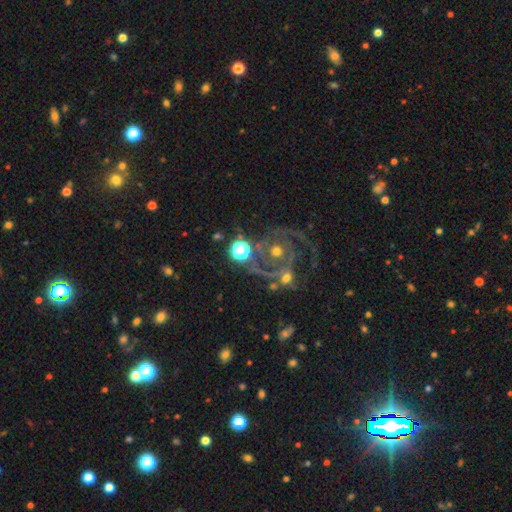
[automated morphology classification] smooth-or-featured: featured or disk: 48% | star or artifact: 33% | smooth: 19%
  merging: none: 51% | merger: 19% | major disturbance: 17% | minor disturbance: 14%